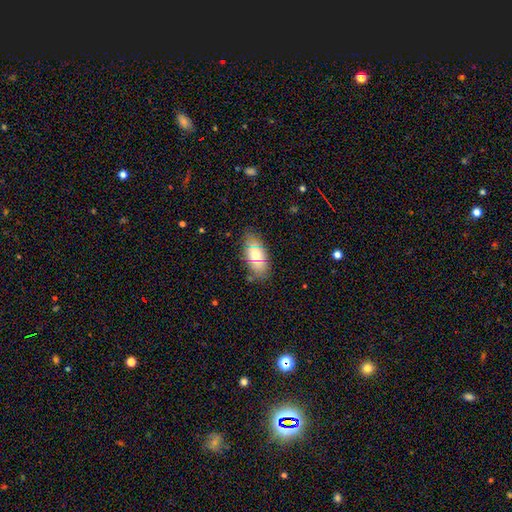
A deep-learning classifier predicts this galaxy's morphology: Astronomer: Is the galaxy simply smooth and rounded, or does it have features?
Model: smooth — 70%.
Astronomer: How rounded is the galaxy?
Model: in between — 89%.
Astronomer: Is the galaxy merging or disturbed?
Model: none — 77%.